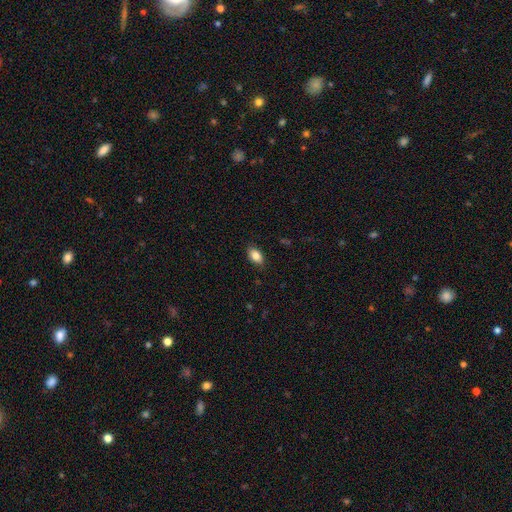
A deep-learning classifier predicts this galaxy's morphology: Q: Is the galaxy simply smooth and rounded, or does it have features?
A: smooth — 85%.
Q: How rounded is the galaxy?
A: in between — 89%.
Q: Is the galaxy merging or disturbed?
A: none — 85%.